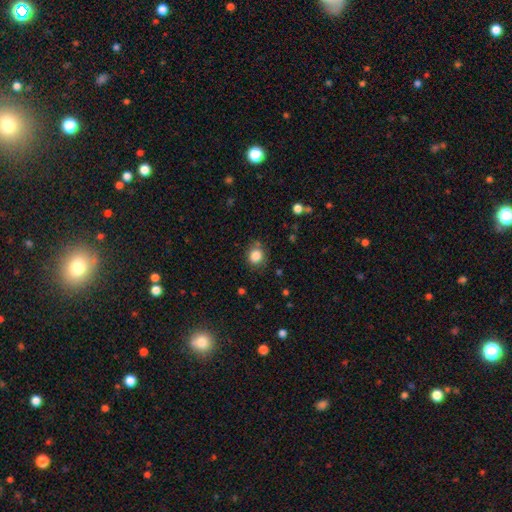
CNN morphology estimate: Q: Smooth or featured?
A: smooth (84%); runner-up: star or artifact (10%)
Q: How rounded?
A: round (74%); runner-up: in between (25%)
Q: Merging?
A: none (76%); runner-up: minor disturbance (16%)